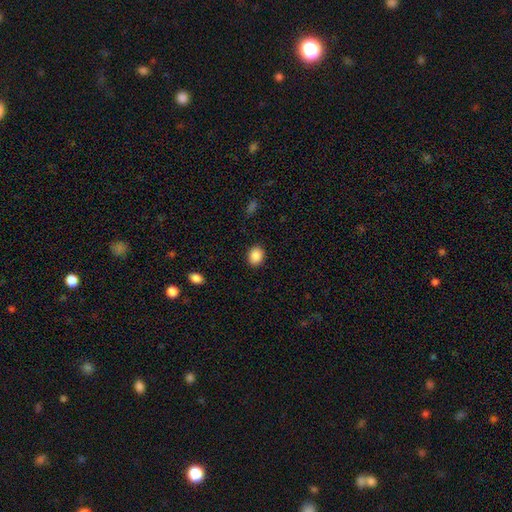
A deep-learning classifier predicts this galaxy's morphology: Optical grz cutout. It shows a smooth galaxy with no disk features (88%) that is round (58%). Merging: none (89%).